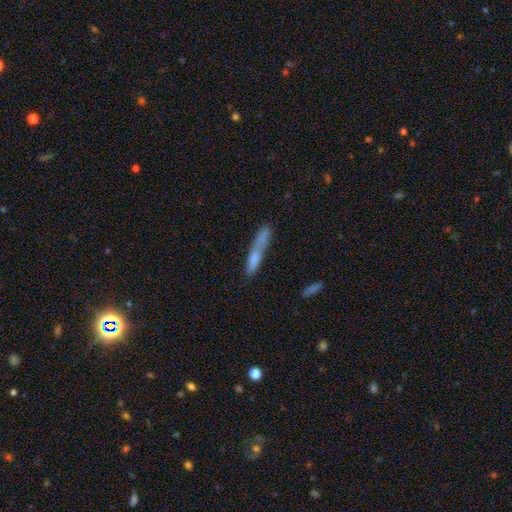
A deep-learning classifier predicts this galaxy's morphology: This is likely a smooth galaxy (61%). How rounded: clearly cigar-shaped (90%). Merging: possibly none (52%).